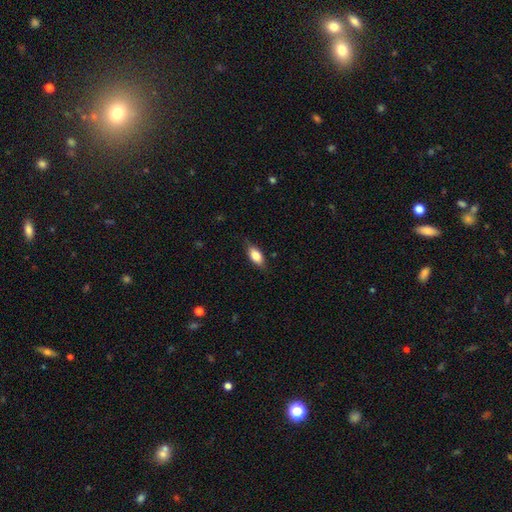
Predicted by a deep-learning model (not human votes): Smooth or featured? Predicted: smooth (p=0.79). How rounded? Predicted: in between (p=0.85). Merging? Predicted: none (p=0.80).